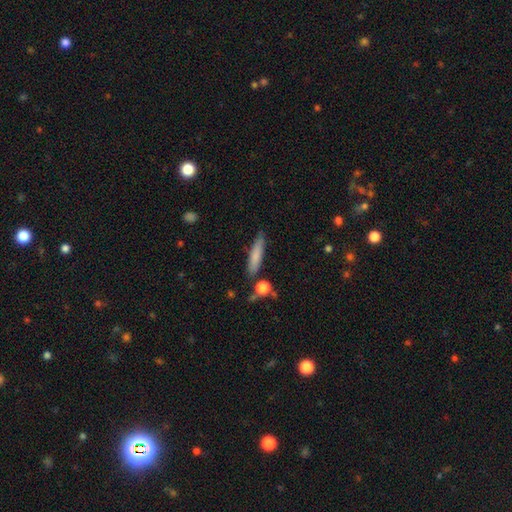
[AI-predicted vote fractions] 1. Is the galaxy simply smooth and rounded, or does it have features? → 77% smooth, 17% featured or disk, 7% star or artifact.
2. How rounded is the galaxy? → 84% cigar-shaped, 14% in between, 2% round.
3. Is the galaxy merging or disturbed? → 79% none, 14% minor disturbance, 4% merger, 3% major disturbance.